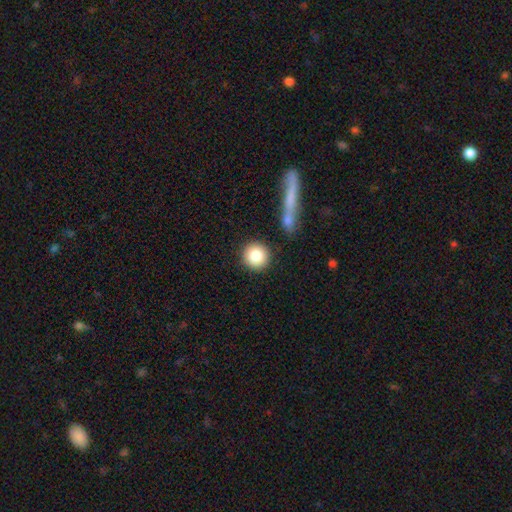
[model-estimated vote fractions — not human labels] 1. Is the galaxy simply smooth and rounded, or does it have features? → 86% smooth, 8% star or artifact, 6% featured or disk.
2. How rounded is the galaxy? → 93% round, 5% in between, 1% cigar-shaped.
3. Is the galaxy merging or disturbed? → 87% none, 7% minor disturbance, 4% merger, 2% major disturbance.